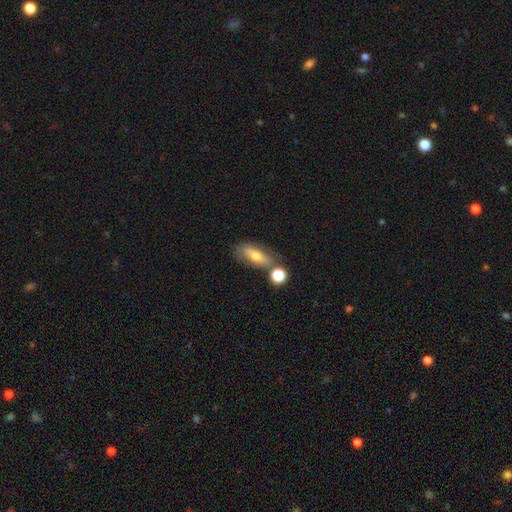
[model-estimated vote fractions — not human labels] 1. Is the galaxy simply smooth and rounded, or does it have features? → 58% smooth, 32% featured or disk, 10% star or artifact.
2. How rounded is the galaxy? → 67% in between, 26% cigar-shaped, 7% round.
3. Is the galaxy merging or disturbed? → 61% none, 17% minor disturbance, 16% merger, 6% major disturbance.